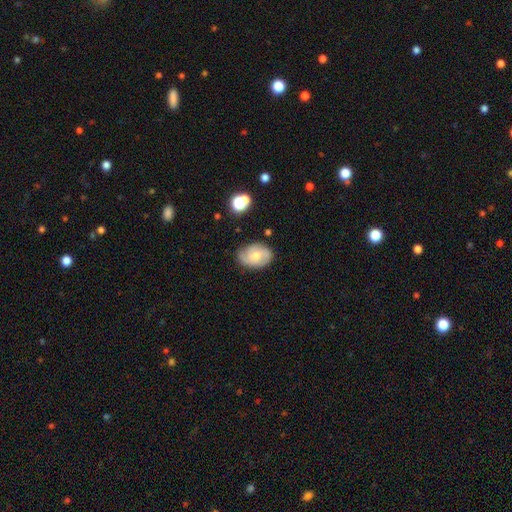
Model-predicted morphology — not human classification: Overall: featured or disk (53%; smooth 39%). Edge-on disk: no (96%). Bar: no (68%). Spiral arms: yes (83%). Bulge size: moderate (57%; small 37%). Merging: none (73%).